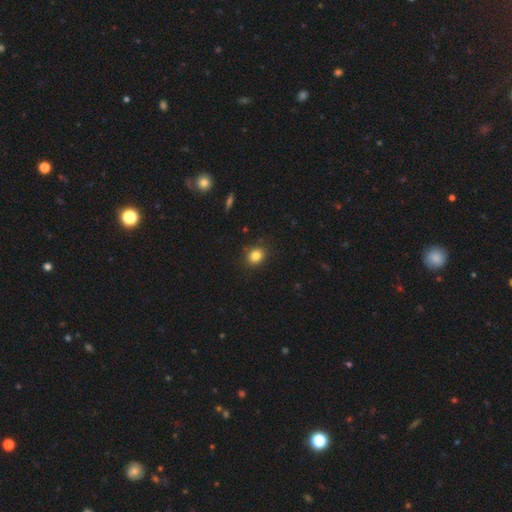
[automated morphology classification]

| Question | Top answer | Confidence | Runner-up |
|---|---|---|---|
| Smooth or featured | smooth | 83% | star or artifact (11%) |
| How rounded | round | 64% | in between (35%) |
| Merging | none | 86% | minor disturbance (11%) |